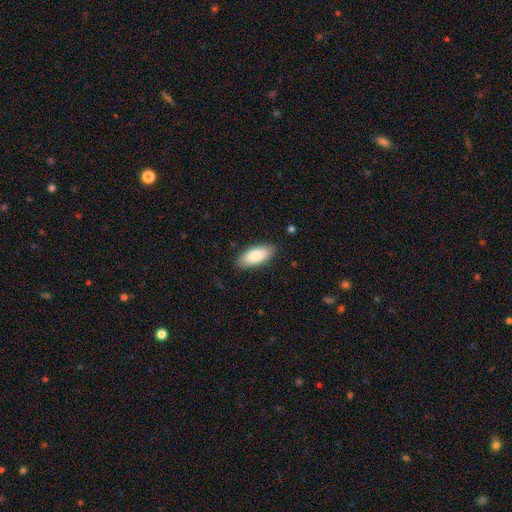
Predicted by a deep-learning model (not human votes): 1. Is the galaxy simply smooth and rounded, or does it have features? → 83% smooth, 11% featured or disk, 6% star or artifact.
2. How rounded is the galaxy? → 88% in between, 11% cigar-shaped, 2% round.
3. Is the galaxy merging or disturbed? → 86% none, 11% minor disturbance, 2% major disturbance, 1% merger.